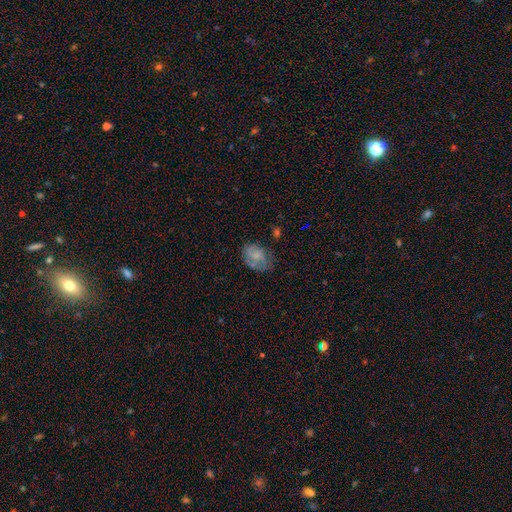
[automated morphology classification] This appears to be a smooth galaxy with no disk features (58%) that is in between round and cigar-shaped (71%). Merging: none (53%).